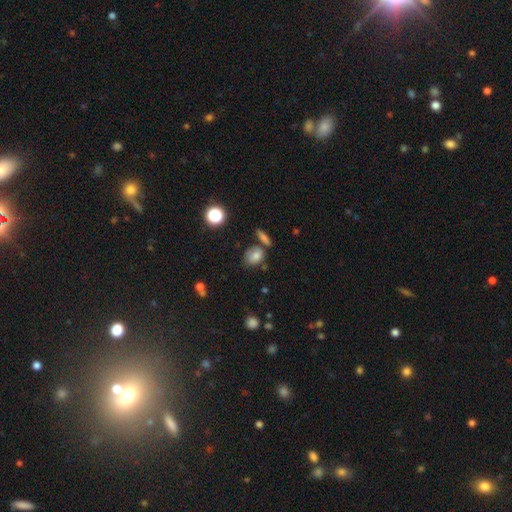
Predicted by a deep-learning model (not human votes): smooth-or-featured: smooth: 75% | featured or disk: 13% | star or artifact: 12%
  how-rounded: in between: 52% | round: 46% | cigar-shaped: 2%
  merging: none: 58% | minor disturbance: 19% | merger: 16% | major disturbance: 6%